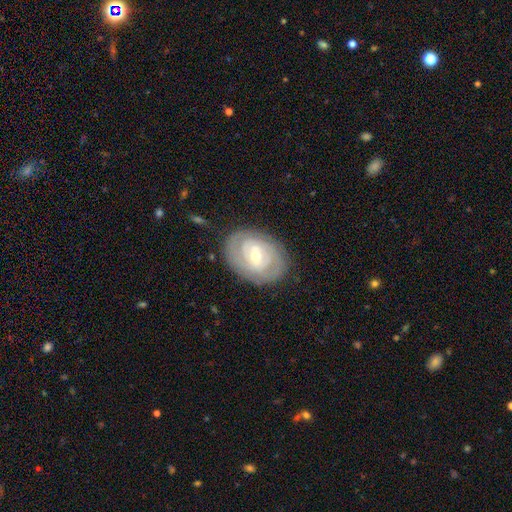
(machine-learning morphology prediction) Q: Smooth or featured?
A: featured or disk (76%); runner-up: smooth (19%)
Q: Edge-on disk?
A: no (95%); runner-up: yes (5%)
Q: Bar?
A: weak (43%); runner-up: no (41%)
Q: Spiral arms?
A: yes (77%); runner-up: no (23%)
Q: Spiral winding?
A: tight (73%); runner-up: medium (20%)
Q: Spiral arm count?
A: can't tell (40%); tied with: 2 (40%)
Q: Bulge size?
A: moderate (51%); runner-up: small (45%)
Q: Merging?
A: none (82%); runner-up: minor disturbance (13%)